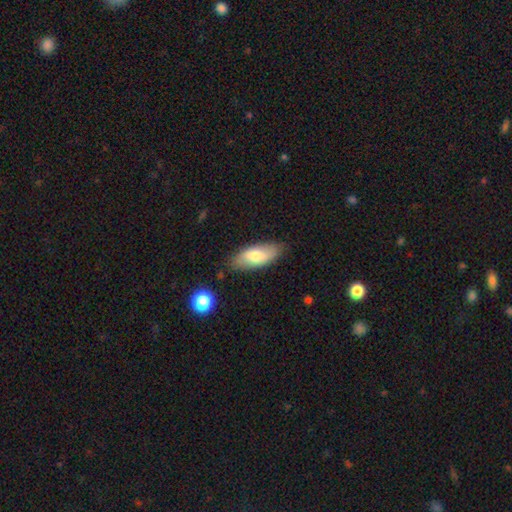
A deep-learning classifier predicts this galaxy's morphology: Smooth or featured: smooth — 73% (featured or disk — 21%)
How rounded: in between — 85% (cigar-shaped — 12%)
Merging: none — 80% (minor disturbance — 15%)